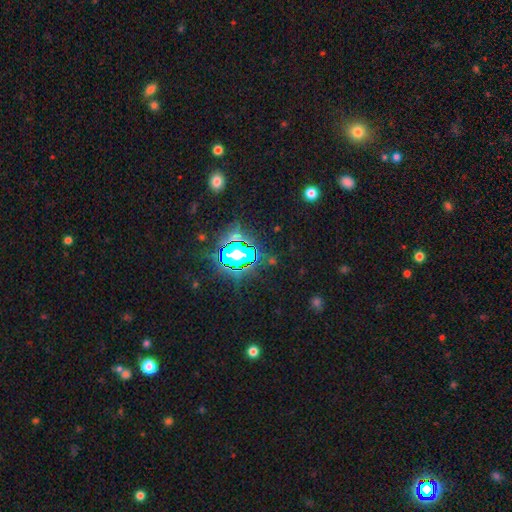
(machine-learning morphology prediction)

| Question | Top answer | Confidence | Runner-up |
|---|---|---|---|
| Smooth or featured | star or artifact | 82% | smooth (11%) |